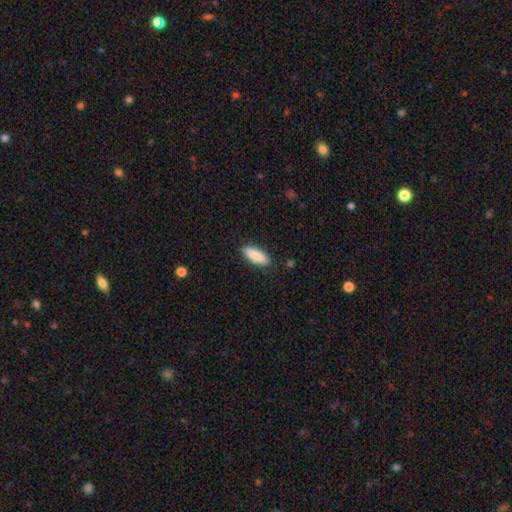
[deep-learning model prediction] This appears to be a smooth galaxy with no disk features (86%) that is in between round and cigar-shaped (53%). Merging: none (87%).